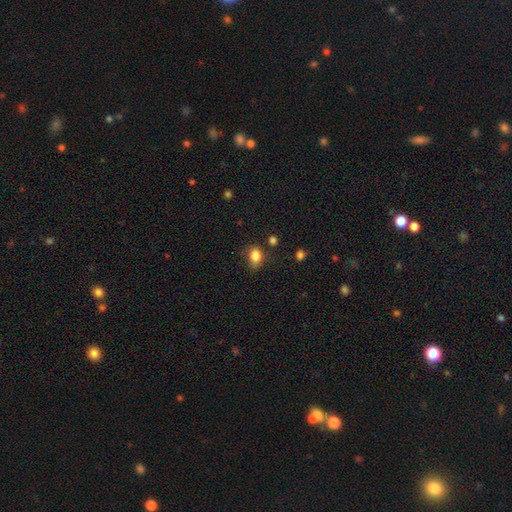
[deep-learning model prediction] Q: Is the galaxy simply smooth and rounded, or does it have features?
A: smooth — 83%.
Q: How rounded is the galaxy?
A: in between — 67%.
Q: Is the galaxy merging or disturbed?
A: none — 61%.